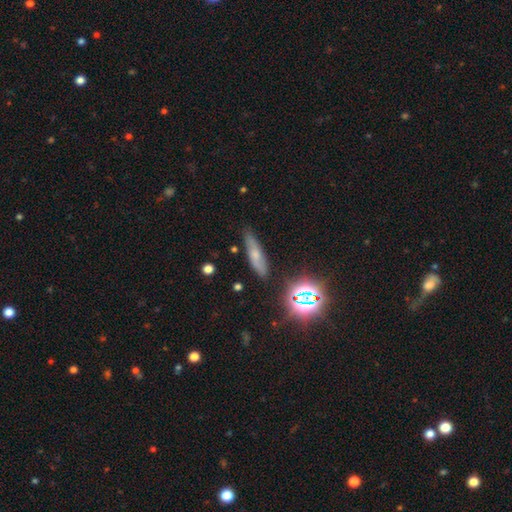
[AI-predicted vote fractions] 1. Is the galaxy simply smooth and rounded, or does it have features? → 55% smooth, 27% featured or disk, 18% star or artifact.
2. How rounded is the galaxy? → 66% cigar-shaped, 29% in between, 5% round.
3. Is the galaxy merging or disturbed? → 78% none, 16% minor disturbance, 4% major disturbance, 2% merger.